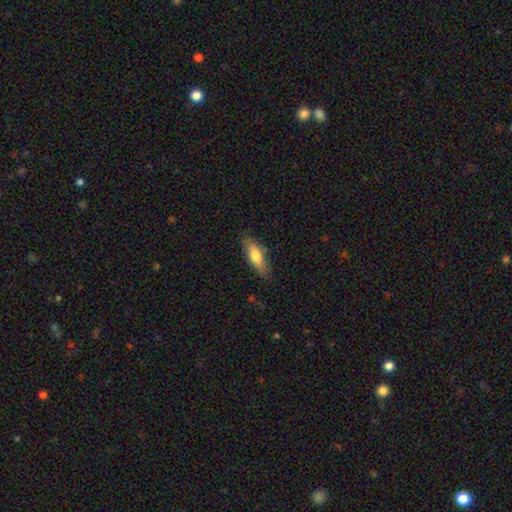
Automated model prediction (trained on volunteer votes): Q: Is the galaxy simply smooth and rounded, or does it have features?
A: smooth — 70%.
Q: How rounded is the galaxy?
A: in between — 57%.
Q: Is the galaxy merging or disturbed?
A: none — 79%.